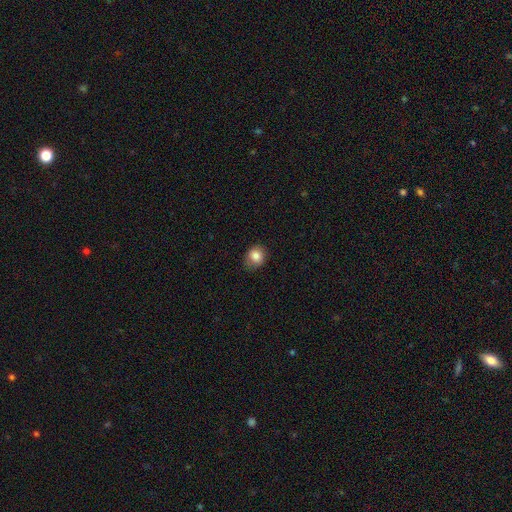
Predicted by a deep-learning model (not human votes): Smooth or featured?
  - smooth: 83% *
  - star or artifact: 10%
  - featured or disk: 7%
How rounded?
  - round: 70% *
  - in between: 29%
  - cigar-shaped: 1%
Merging?
  - none: 74% *
  - minor disturbance: 20%
  - major disturbance: 5%
  - merger: 1%